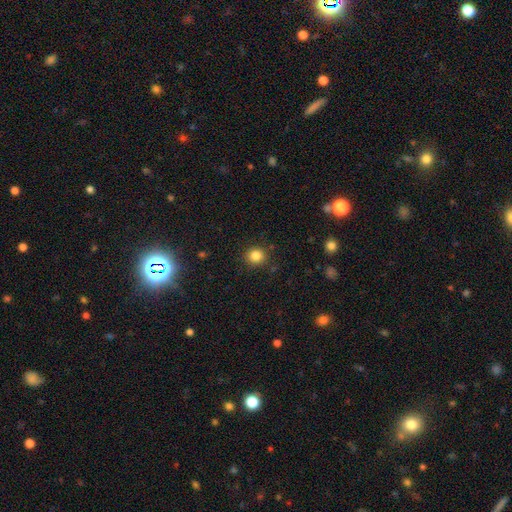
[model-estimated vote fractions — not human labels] A smooth galaxy with no disk features (84%) that is round (87%). Merging: none (88%).